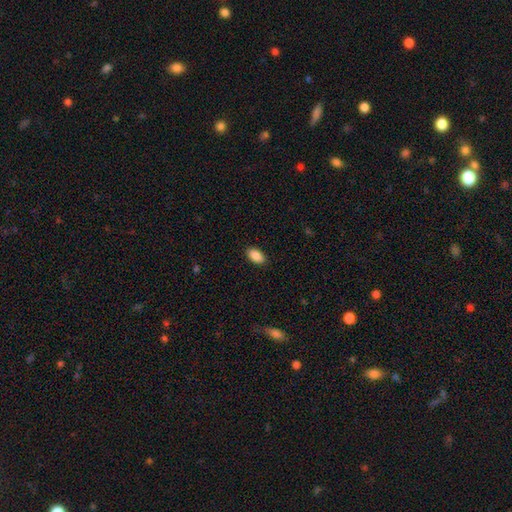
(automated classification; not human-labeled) Smooth or featured: smooth — 89% (star or artifact — 7%)
How rounded: in between — 94% (round — 4%)
Merging: none — 89% (minor disturbance — 8%)